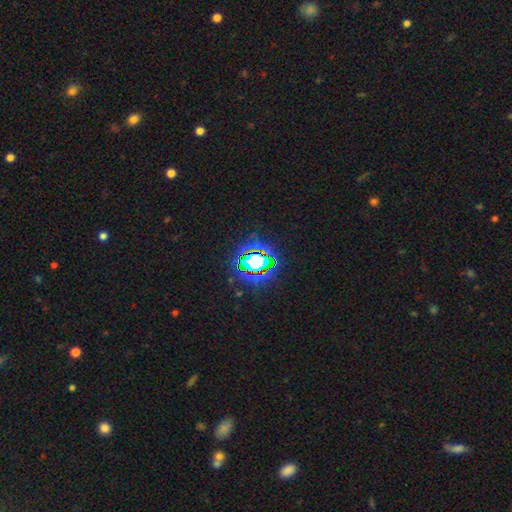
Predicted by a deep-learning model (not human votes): Overall: star or artifact (72%).